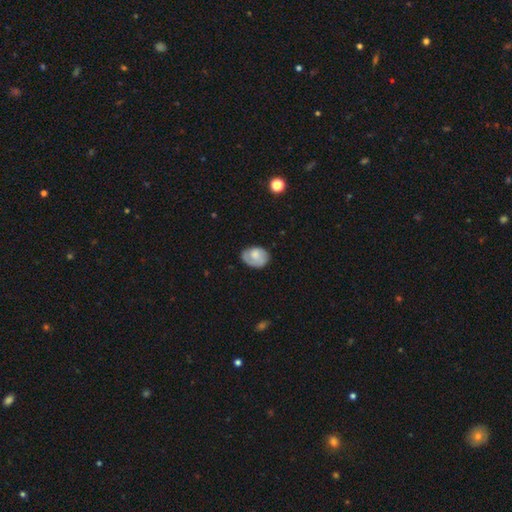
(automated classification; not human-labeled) smooth-or-featured: smooth: 53% | featured or disk: 41% | star or artifact: 7%
  how-rounded: in between: 70% | round: 29% | cigar-shaped: 1%
  merging: none: 64% | minor disturbance: 26% | major disturbance: 9% | merger: 2%